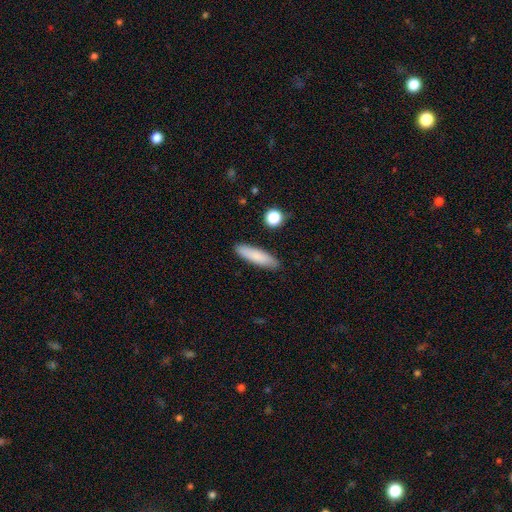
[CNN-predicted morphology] Smooth or featured? smooth (82%)
How rounded? cigar-shaped (71%)
Merging? none (88%)